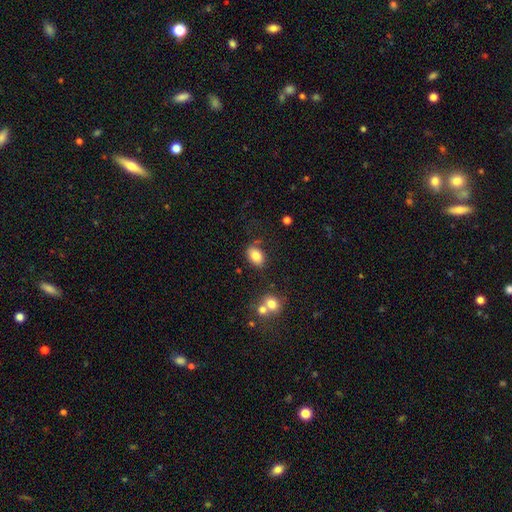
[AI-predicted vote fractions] This is clearly a smooth galaxy (83%). How rounded: clearly in between (83%). Merging: likely none (75%).